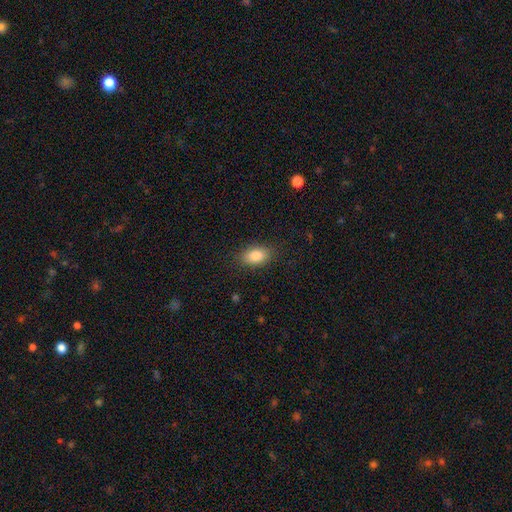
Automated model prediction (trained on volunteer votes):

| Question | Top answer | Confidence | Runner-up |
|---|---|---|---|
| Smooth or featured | smooth | 86% | star or artifact (8%) |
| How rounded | in between | 89% | round (9%) |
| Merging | none | 85% | minor disturbance (11%) |